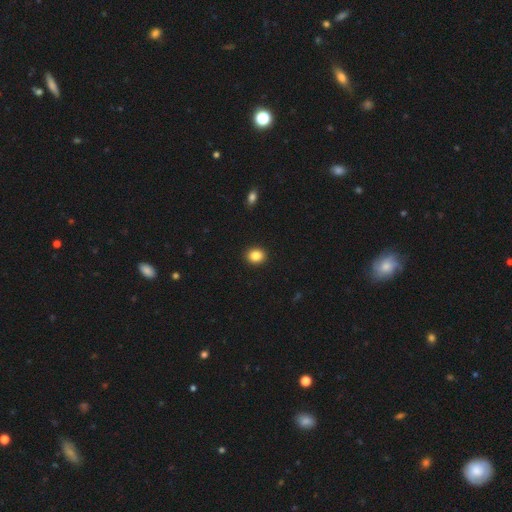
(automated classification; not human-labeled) Smooth or featured? Predicted: smooth (p=0.86). How rounded? Predicted: round (p=0.68). Merging? Predicted: none (p=0.92).